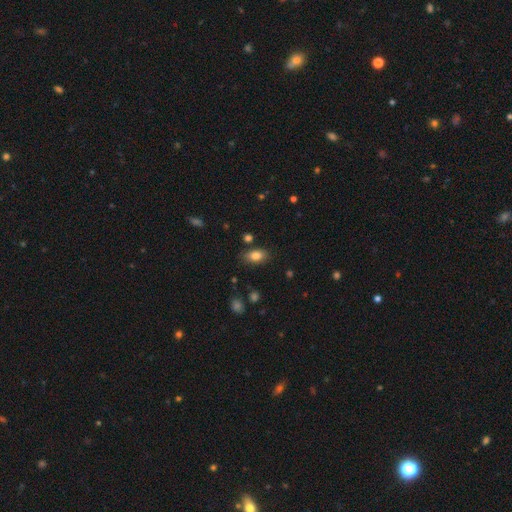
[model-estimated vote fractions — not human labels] This appears to be a smooth galaxy with no disk features (83%) that is in between round and cigar-shaped (89%). Merging: none (82%).